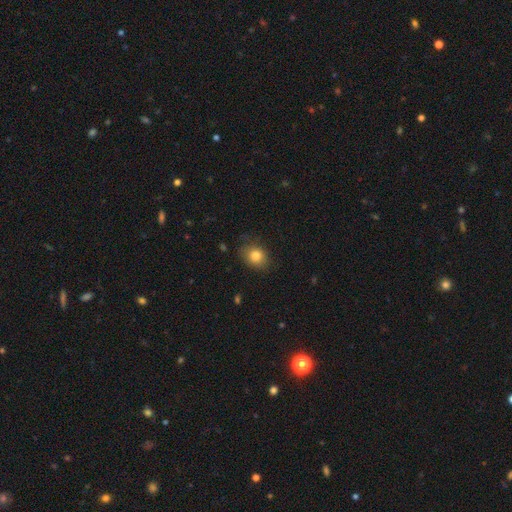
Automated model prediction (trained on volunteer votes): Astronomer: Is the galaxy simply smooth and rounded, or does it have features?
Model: smooth — 81%.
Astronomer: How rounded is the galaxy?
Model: round — 53% (runner-up: in between, 46%).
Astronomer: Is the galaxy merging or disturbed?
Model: none — 77%.